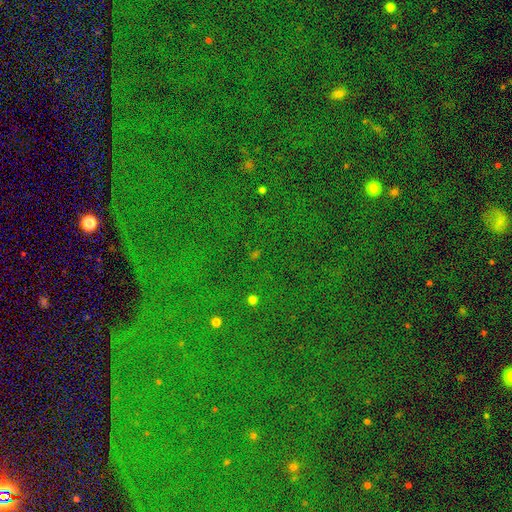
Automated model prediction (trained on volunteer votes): A star or artifact, not a galaxy (84%).

Vote fractions:
- Smooth or featured? star or artifact: 84% / smooth: 9% / featured or disk: 7%